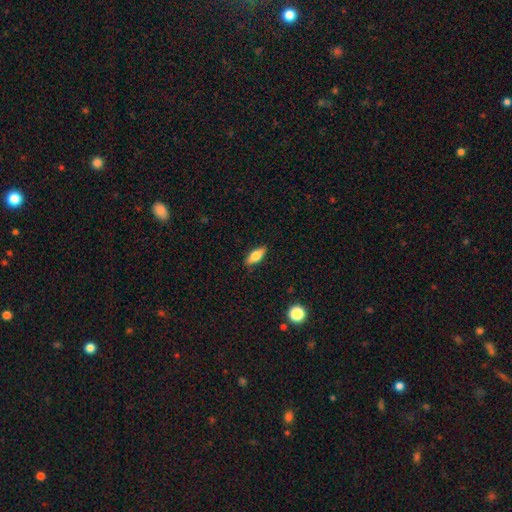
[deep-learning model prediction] Morphology: type=smooth (71%); roundness=in between (74%); merging=none (87%).